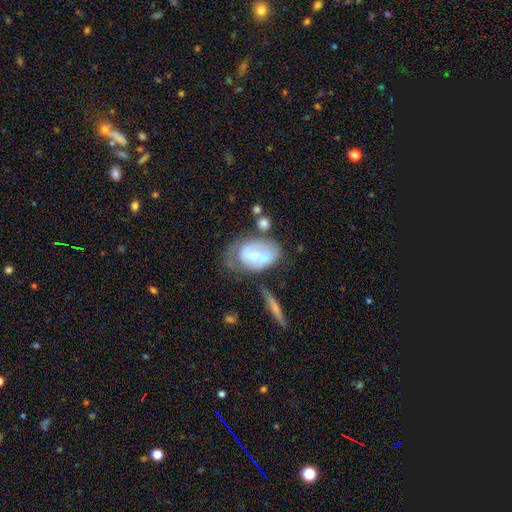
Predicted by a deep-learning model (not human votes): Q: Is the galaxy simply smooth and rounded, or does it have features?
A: featured or disk — 52%.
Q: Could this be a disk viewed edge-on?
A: no — 94%.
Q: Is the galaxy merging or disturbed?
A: none — 34%.